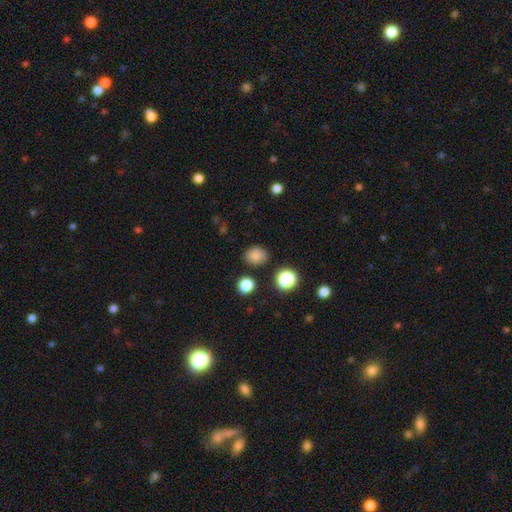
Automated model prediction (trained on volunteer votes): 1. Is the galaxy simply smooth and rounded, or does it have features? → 83% smooth, 13% star or artifact, 4% featured or disk.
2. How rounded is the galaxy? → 62% round, 37% in between, 1% cigar-shaped.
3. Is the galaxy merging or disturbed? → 84% none, 10% minor disturbance, 3% merger, 3% major disturbance.